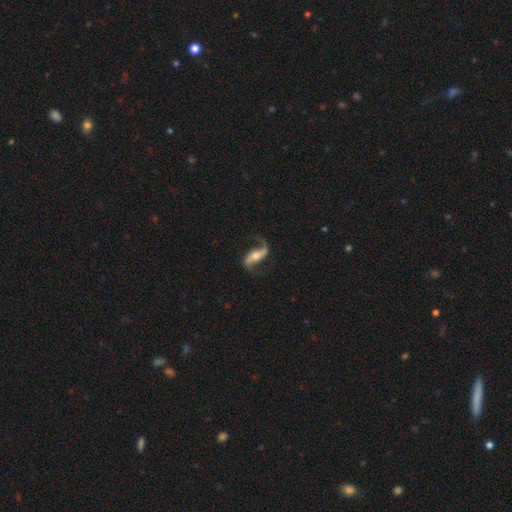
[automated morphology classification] smooth_or_featured: featured or disk (p=0.85) [alt: smooth p=0.09]
disk_edge_on: no (p=0.93) [alt: yes p=0.07]
bar: strong (p=0.42) [alt: no p=0.29]
has_spiral_arms: yes (p=0.96) [alt: no p=0.04]
spiral_winding: loose (p=0.78) [alt: medium p=0.17]
spiral_arm_count: 2 (p=0.91) [alt: 1 p=0.05]
bulge_size: moderate (p=0.56) [alt: small p=0.31]
merging: none (p=0.75) [alt: minor disturbance p=0.14]